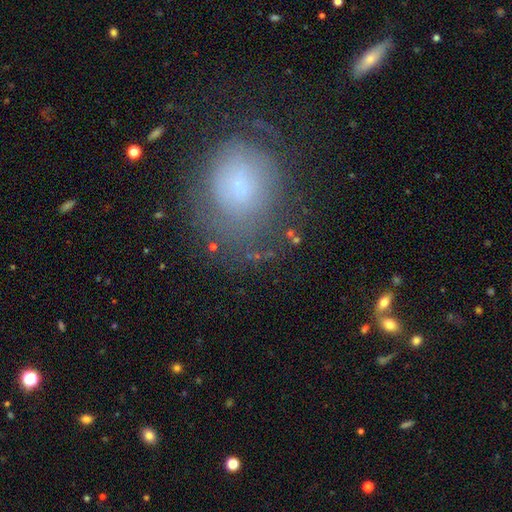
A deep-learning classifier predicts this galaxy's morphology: smooth-or-featured: smooth: 54% | featured or disk: 30% | star or artifact: 17%
  how-rounded: round: 57% | in between: 42% | cigar-shaped: 1%
  merging: none: 59% | minor disturbance: 22% | major disturbance: 16% | merger: 3%